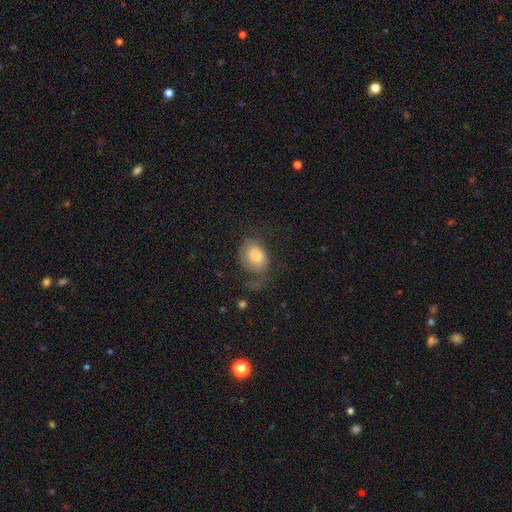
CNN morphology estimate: smooth-or-featured: smooth: 60% | featured or disk: 31% | star or artifact: 9%
  how-rounded: in between: 62% | round: 37% | cigar-shaped: 1%
  merging: none: 37% | major disturbance: 35% | minor disturbance: 25% | merger: 3%